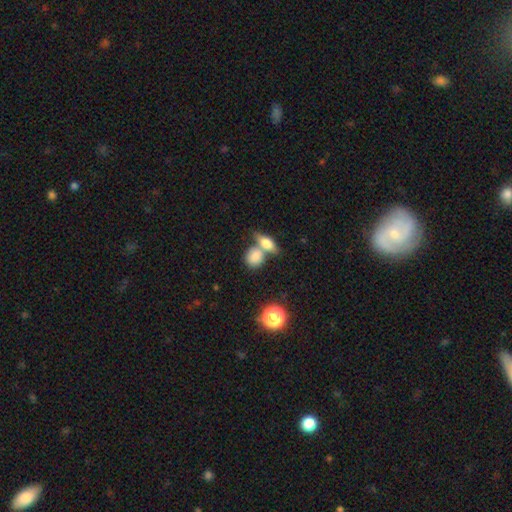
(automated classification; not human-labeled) Smooth or featured? smooth (80%)
How rounded? round (56%)
Merging? none (43%)